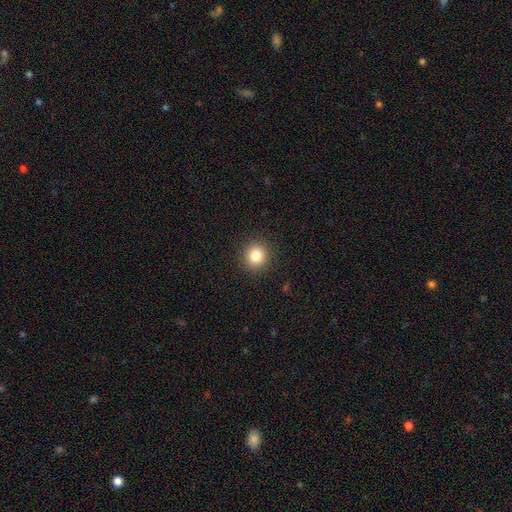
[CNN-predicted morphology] Smooth or featured?
  - smooth: 83% *
  - star or artifact: 11%
  - featured or disk: 6%
How rounded?
  - round: 92% *
  - in between: 8%
  - cigar-shaped: 1%
Merging?
  - none: 91% *
  - minor disturbance: 6%
  - major disturbance: 2%
  - merger: 1%